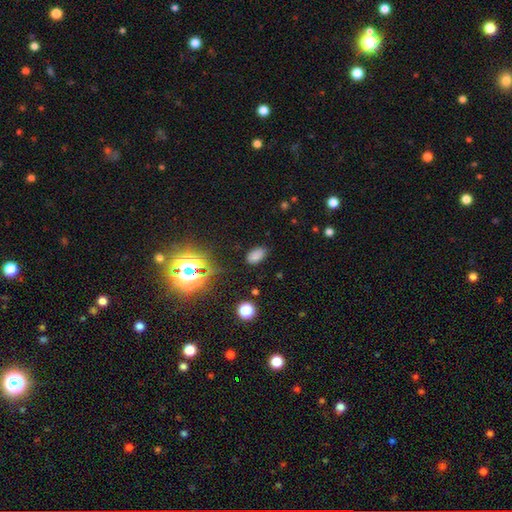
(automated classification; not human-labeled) This is likely a smooth galaxy (74%). How rounded: clearly in between (91%). Merging: clearly none (82%).